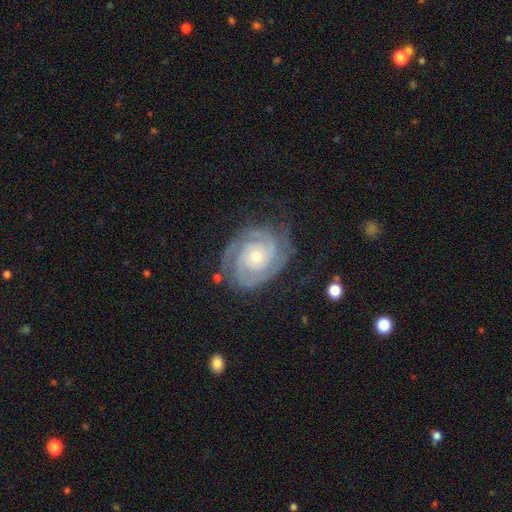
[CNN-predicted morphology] This appears to be a featured or disk galaxy (91%) with no bar (74%), 2 (55%) tight (76%) spiral arms (98%) and a small central bulge (61%). Merging: none (75%).